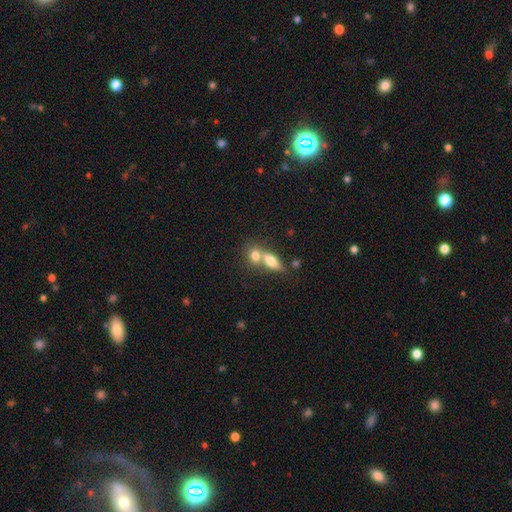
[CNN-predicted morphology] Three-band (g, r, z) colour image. It shows a smooth galaxy with no disk features (65%) that is in between round and cigar-shaped (58%). Merging: merger (58%).